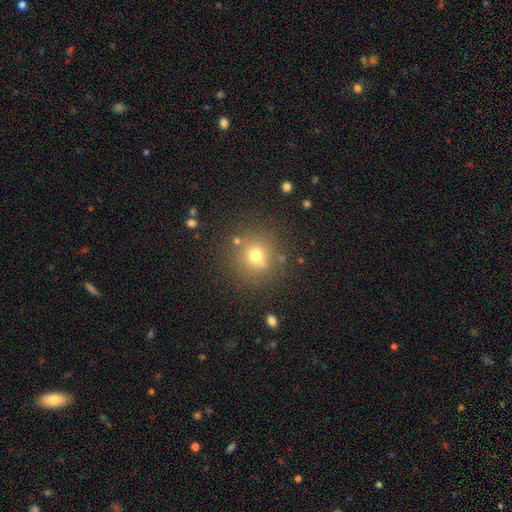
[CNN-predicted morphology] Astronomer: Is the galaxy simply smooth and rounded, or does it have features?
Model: smooth — 70%.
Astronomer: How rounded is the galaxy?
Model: round — 91%.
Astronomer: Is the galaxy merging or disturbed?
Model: none — 80%.